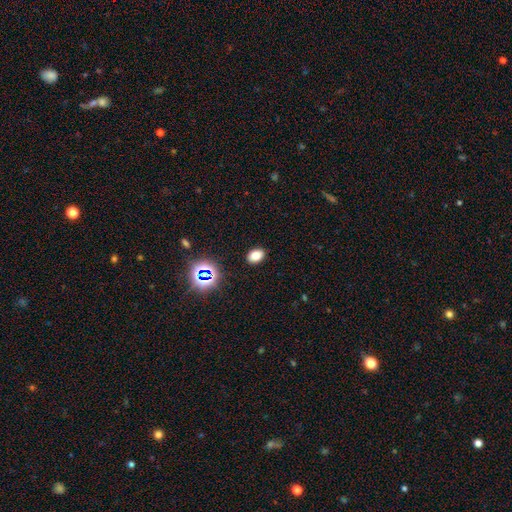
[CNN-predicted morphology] Smooth or featured? Predicted: smooth (p=0.75). How rounded? Predicted: in between (p=0.81). Merging? Predicted: none (p=0.89).